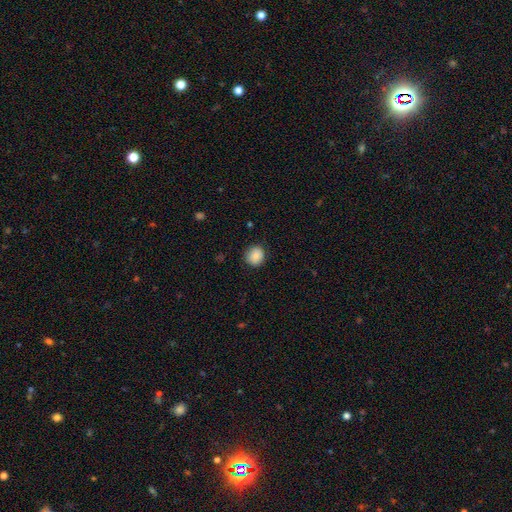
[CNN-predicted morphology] This is clearly a smooth galaxy (87%). How rounded: clearly round (87%). Merging: clearly none (86%).